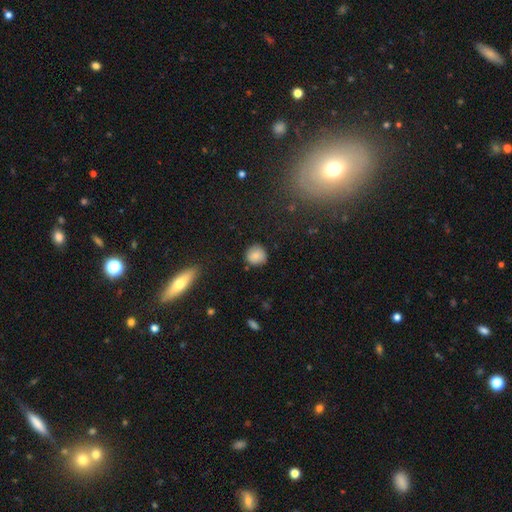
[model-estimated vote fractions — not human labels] A smooth galaxy with no disk features (83%) that is round (89%). Merging: none (85%).